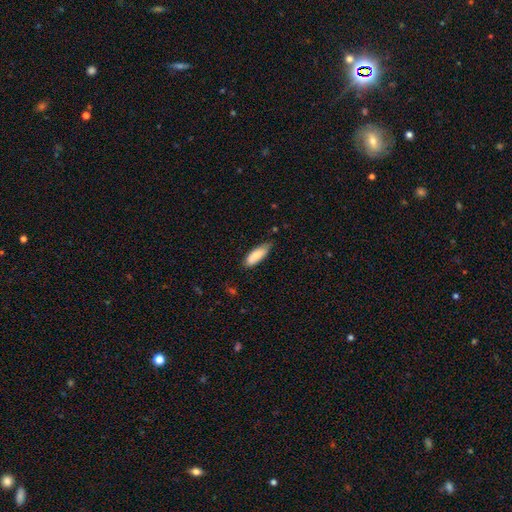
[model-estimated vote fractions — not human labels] This appears to be a smooth galaxy with no disk features (86%) that is in between round and cigar-shaped (62%). Merging: none (65%).